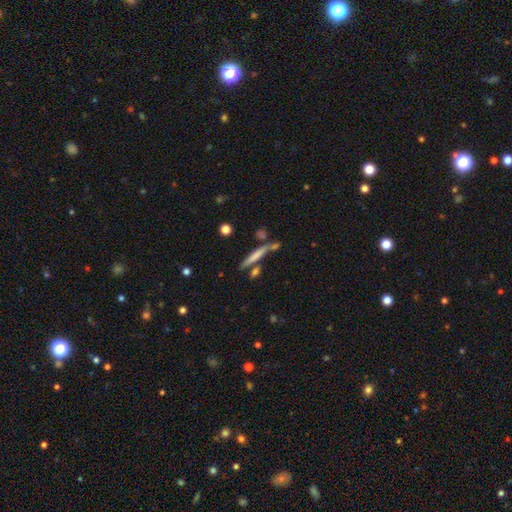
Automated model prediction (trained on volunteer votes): Q: Smooth or featured?
A: smooth (60%); runner-up: featured or disk (33%)
Q: How rounded?
A: cigar-shaped (92%); runner-up: in between (6%)
Q: Merging?
A: none (68%); runner-up: merger (15%)